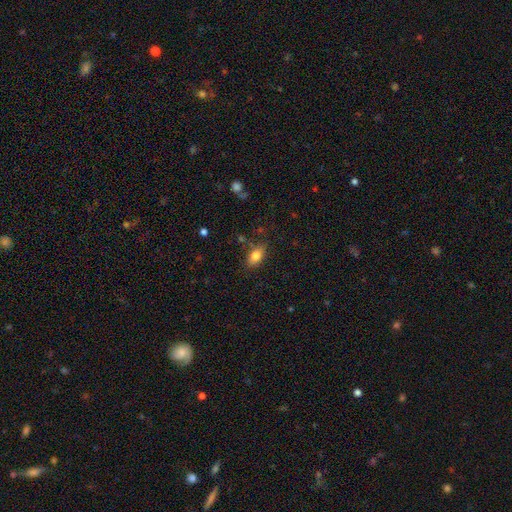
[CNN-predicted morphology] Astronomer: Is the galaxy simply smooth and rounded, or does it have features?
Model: smooth — 81%.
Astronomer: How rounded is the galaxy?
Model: in between — 87%.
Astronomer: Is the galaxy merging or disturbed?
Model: none — 77%.